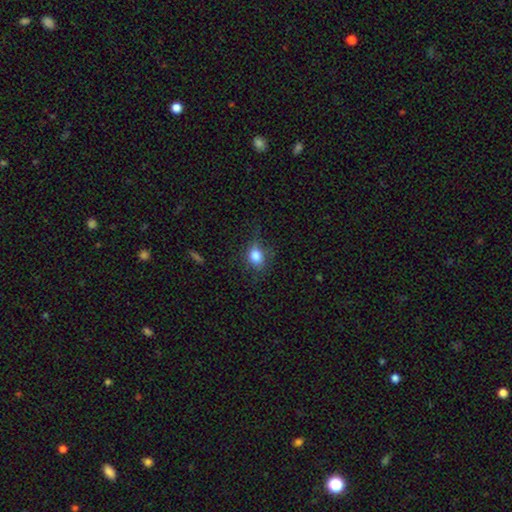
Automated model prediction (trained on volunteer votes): A smooth galaxy with no disk features (80%) that is in between round and cigar-shaped (56%). Merging: none (67%).